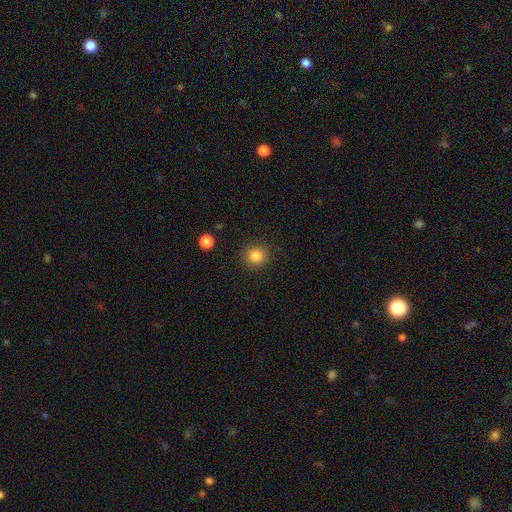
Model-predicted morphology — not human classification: Overall: smooth (85%). How rounded: round (92%). Merging: none (90%).